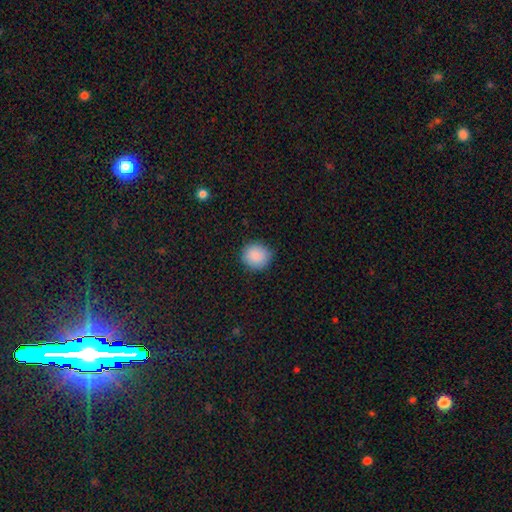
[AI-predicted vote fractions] A smooth galaxy with no disk features (89%) that is round (91%).

Vote fractions:
- Smooth or featured? smooth: 89% / star or artifact: 8% / featured or disk: 3%
- How rounded? round: 91% / in between: 8% / cigar-shaped: 1%
- Merging? none: 89% / minor disturbance: 8% / major disturbance: 2% / merger: 1%